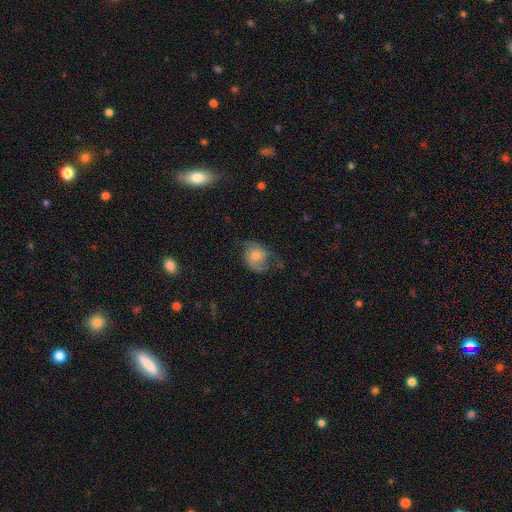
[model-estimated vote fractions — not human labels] This is possibly a smooth galaxy (53%). How rounded: possibly round (53%). Merging: marginally none (44%).